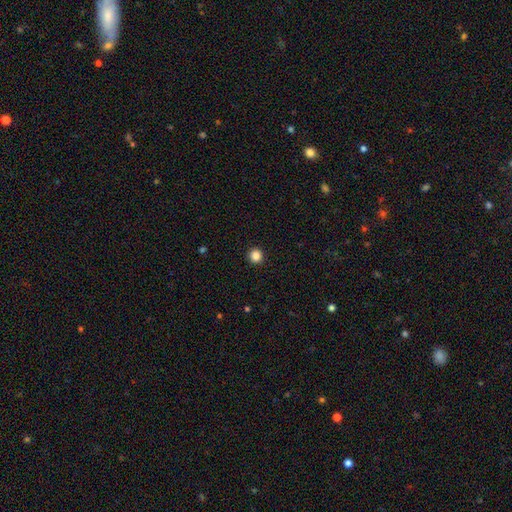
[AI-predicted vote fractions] smooth_or_featured: smooth (p=0.85) [alt: star or artifact p=0.12]
how_rounded: round (p=0.95) [alt: in between p=0.04]
merging: none (p=0.93) [alt: minor disturbance p=0.04]